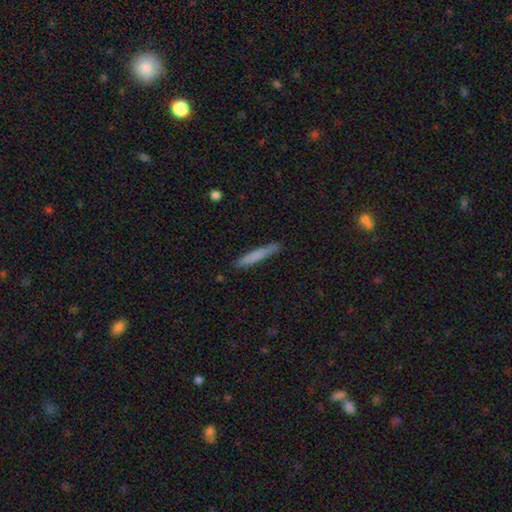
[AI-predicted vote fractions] smooth-or-featured: smooth: 74% | featured or disk: 20% | star or artifact: 6%
  how-rounded: cigar-shaped: 95% | in between: 4% | round: 1%
  merging: none: 87% | minor disturbance: 10% | major disturbance: 2% | merger: 1%